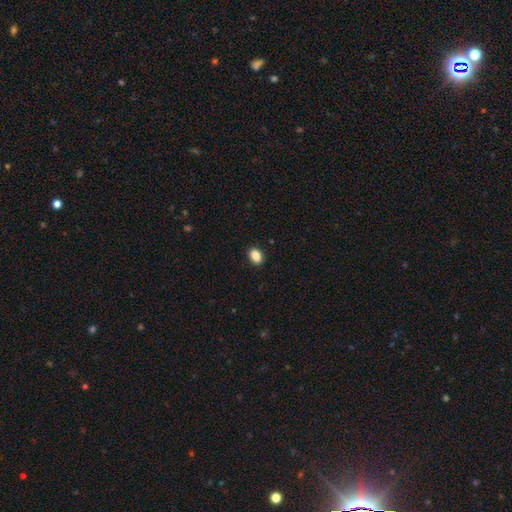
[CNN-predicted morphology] smooth 88%, star or artifact 8%, featured or disk 3%. Down the decision tree: how rounded — in between (77%); merging — none (90%).